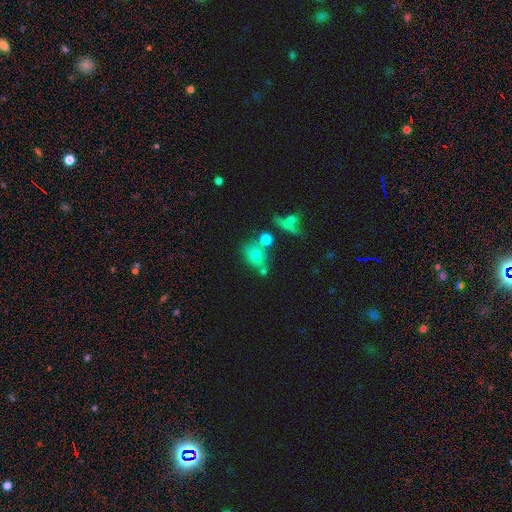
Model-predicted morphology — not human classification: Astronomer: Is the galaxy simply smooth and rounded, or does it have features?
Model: smooth — 72%.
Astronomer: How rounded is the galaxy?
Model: in between — 62%.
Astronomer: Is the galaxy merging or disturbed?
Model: none — 45% (runner-up: merger, 26%).